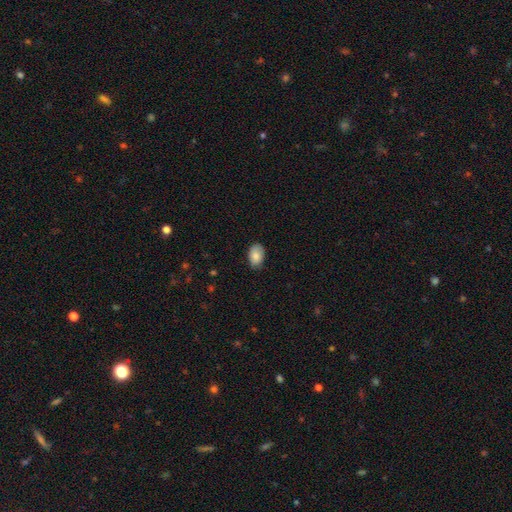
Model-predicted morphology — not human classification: Smooth or featured? smooth (84%)
How rounded? in between (91%)
Merging? none (81%)